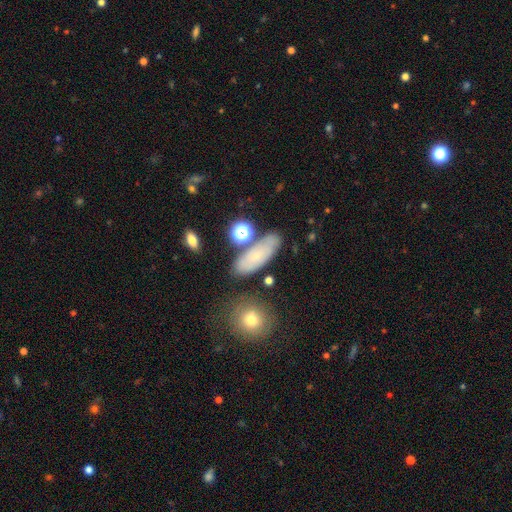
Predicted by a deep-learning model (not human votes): A smooth galaxy with no disk features (63%) that is in between round and cigar-shaped (70%).

Vote fractions:
- Smooth or featured? smooth: 63% / featured or disk: 24% / star or artifact: 12%
- How rounded? in between: 70% / cigar-shaped: 23% / round: 7%
- Merging? none: 74% / minor disturbance: 15% / merger: 7% / major disturbance: 4%